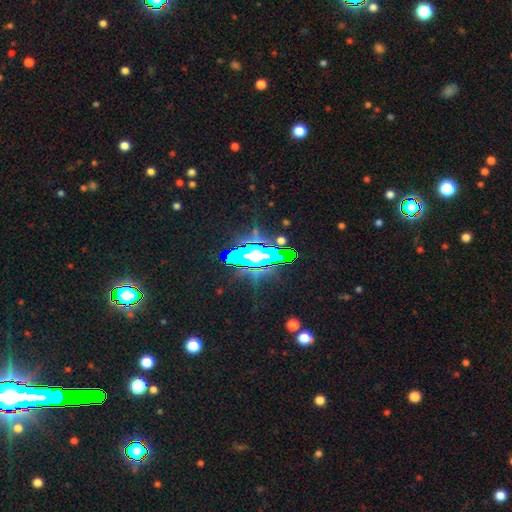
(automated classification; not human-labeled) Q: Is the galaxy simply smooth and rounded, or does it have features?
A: star or artifact — 64%.